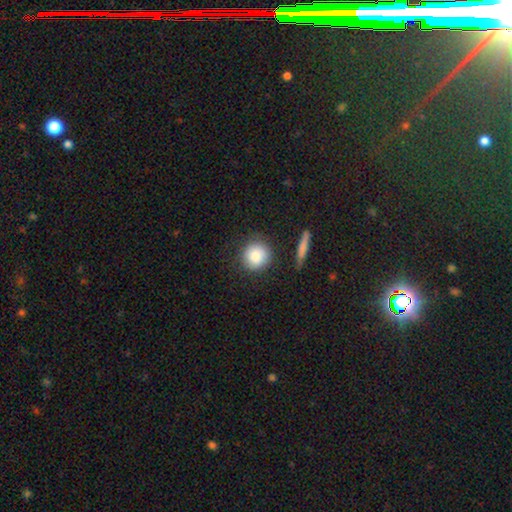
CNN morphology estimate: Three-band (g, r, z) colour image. It shows a smooth galaxy with no disk features (86%) that is round (89%). Merging: none (81%).